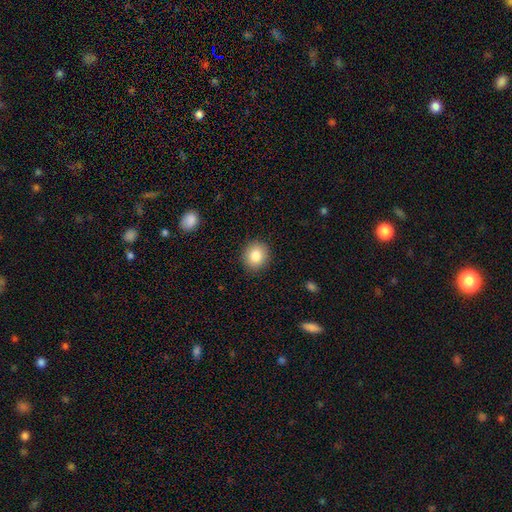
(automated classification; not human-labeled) Smooth or featured? smooth (82%)
How rounded? round (84%)
Merging? none (90%)